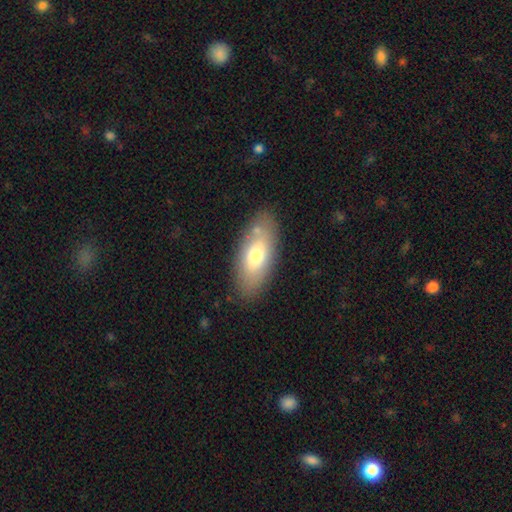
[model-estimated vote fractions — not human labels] This is likely a smooth galaxy (69%). How rounded: clearly in between (85%). Merging: likely none (80%).